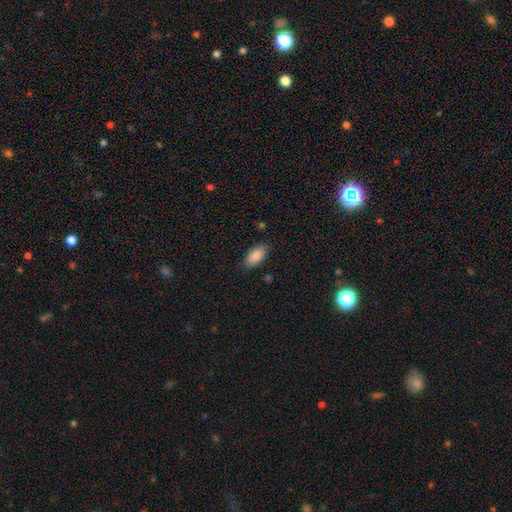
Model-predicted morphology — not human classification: The model was most divided on "merging": none: 83%, minor disturbance: 13%, major disturbance: 3%, merger: 1%. More confident: how rounded — in between (91%); smooth or featured — smooth (88%).